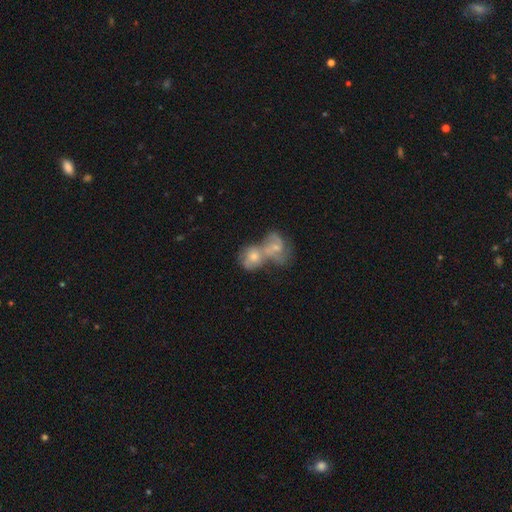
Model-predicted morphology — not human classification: featured or disk 55%, smooth 34%, star or artifact 11%. Down the decision tree: edge-on disk — no (96%); bar — no (63%); spiral arms — yes (78%); bulge size — moderate (49%); merging — merger (69%).